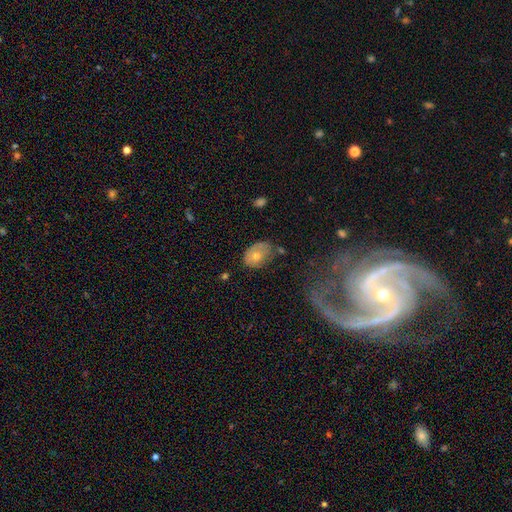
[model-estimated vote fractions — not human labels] Morphology: type=smooth (50%); merging=none (57%).